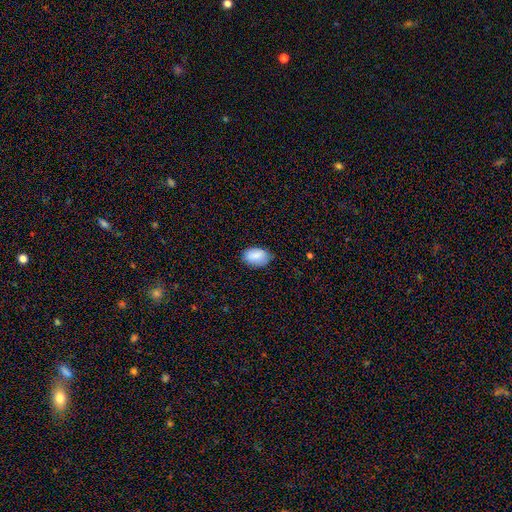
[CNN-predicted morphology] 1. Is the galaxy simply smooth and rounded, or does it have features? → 84% smooth, 9% featured or disk, 7% star or artifact.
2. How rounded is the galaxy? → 90% in between, 9% round, 1% cigar-shaped.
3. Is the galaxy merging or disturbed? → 73% none, 22% minor disturbance, 4% major disturbance, 1% merger.